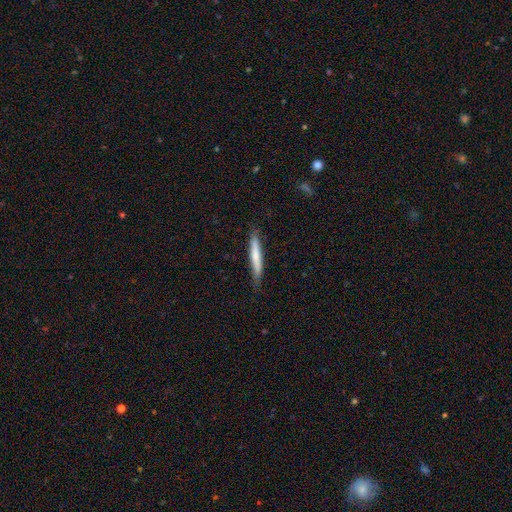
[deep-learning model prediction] Smooth or featured? smooth (67%)
How rounded? cigar-shaped (94%)
Merging? none (80%)